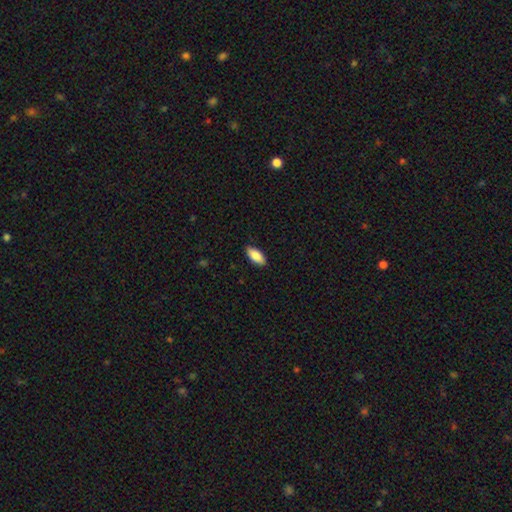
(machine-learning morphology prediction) smooth-or-featured: smooth: 87% | featured or disk: 7% | star or artifact: 6%
  how-rounded: in between: 86% | cigar-shaped: 12% | round: 2%
  merging: none: 87% | minor disturbance: 10% | major disturbance: 2% | merger: 1%